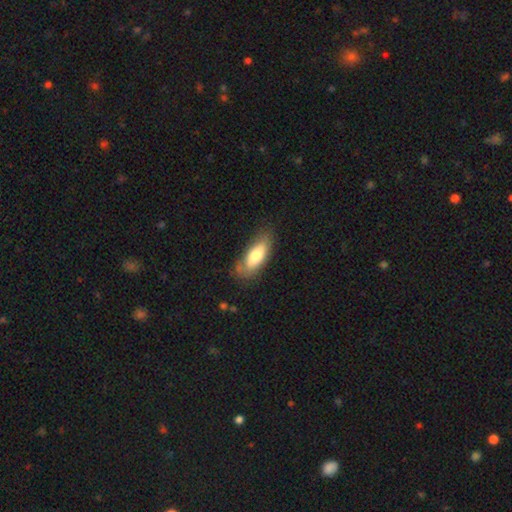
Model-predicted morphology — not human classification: Smooth or featured: smooth — 67% (featured or disk — 27%)
How rounded: in between — 78% (cigar-shaped — 19%)
Merging: none — 71% (minor disturbance — 21%)